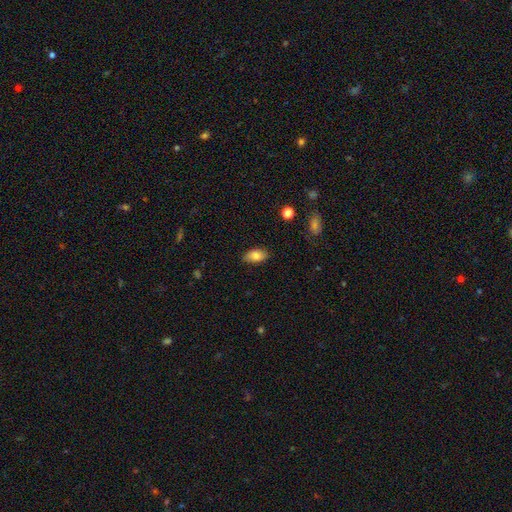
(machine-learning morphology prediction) Smooth or featured?
  - smooth: 82% *
  - featured or disk: 10%
  - star or artifact: 8%
How rounded?
  - in between: 92% *
  - round: 5%
  - cigar-shaped: 3%
Merging?
  - none: 83% *
  - minor disturbance: 14%
  - major disturbance: 2%
  - merger: 1%